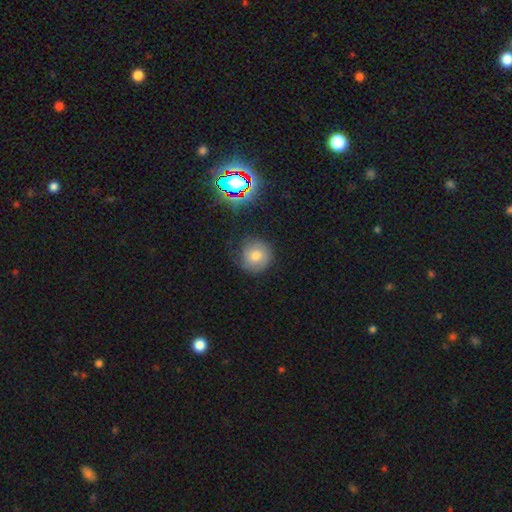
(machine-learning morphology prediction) Q: Smooth or featured?
A: smooth (60%); runner-up: featured or disk (25%)
Q: How rounded?
A: round (92%); runner-up: in between (7%)
Q: Merging?
A: none (75%); runner-up: minor disturbance (17%)